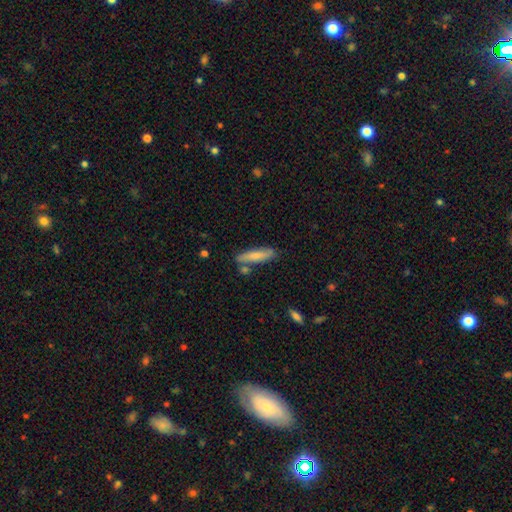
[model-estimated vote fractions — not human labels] Overall: smooth (75%). How rounded: cigar-shaped (78%). Merging: none (75%).